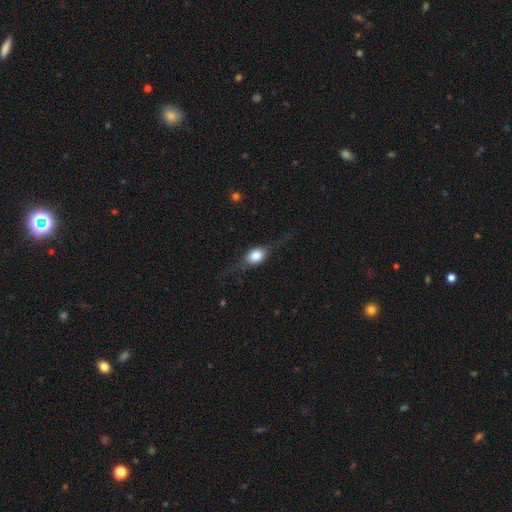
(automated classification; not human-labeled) Morphology: type=smooth (47%); merging=none (70%).